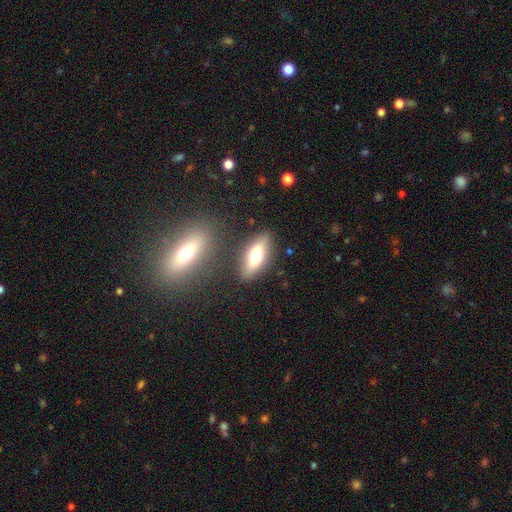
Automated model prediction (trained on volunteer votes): Smooth or featured? smooth (68%)
How rounded? in between (73%)
Merging? none (81%)